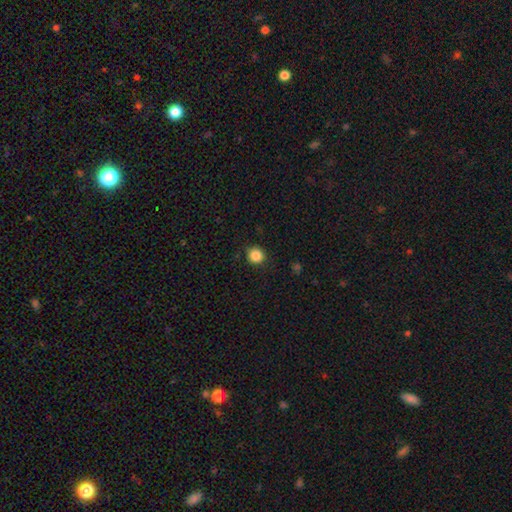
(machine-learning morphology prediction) A smooth galaxy with no disk features (86%) that is round (93%). Merging: none (89%).